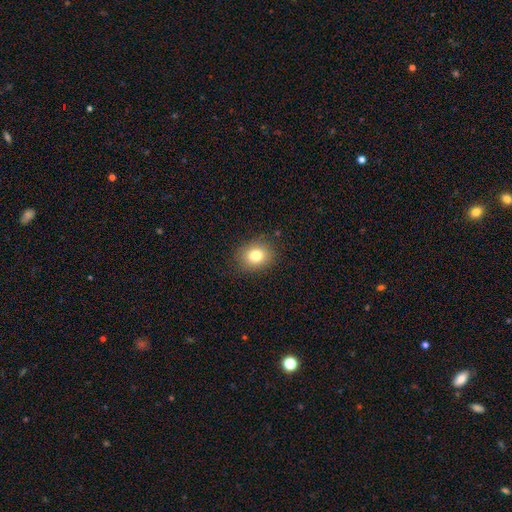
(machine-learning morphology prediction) A smooth galaxy with no disk features (80%) that is round (58%).

Vote fractions:
- Smooth or featured? smooth: 80% / star or artifact: 11% / featured or disk: 9%
- How rounded? round: 58% / in between: 41% / cigar-shaped: 1%
- Merging? none: 85% / minor disturbance: 11% / major disturbance: 3% / merger: 1%